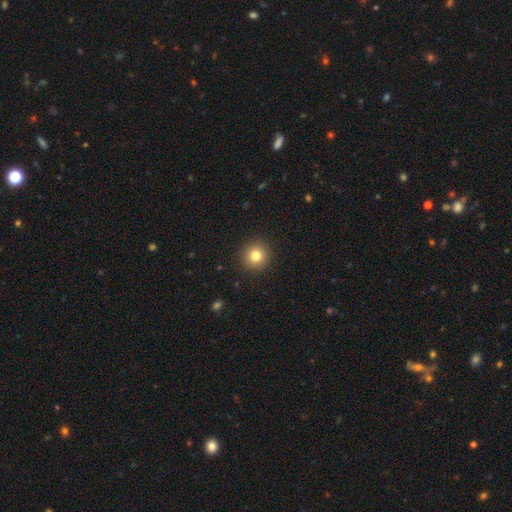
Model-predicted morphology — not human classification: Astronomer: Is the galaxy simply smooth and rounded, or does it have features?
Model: smooth — 81%.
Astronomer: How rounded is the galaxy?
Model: round — 94%.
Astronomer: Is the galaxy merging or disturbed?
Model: none — 92%.